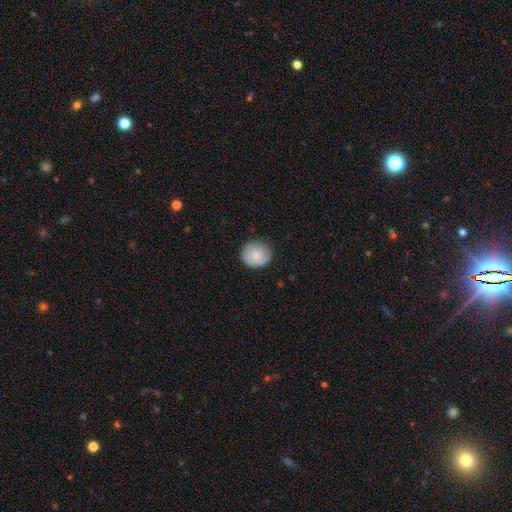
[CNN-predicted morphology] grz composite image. It shows a smooth galaxy with no disk features (81%) that is round (88%). Merging: none (84%).